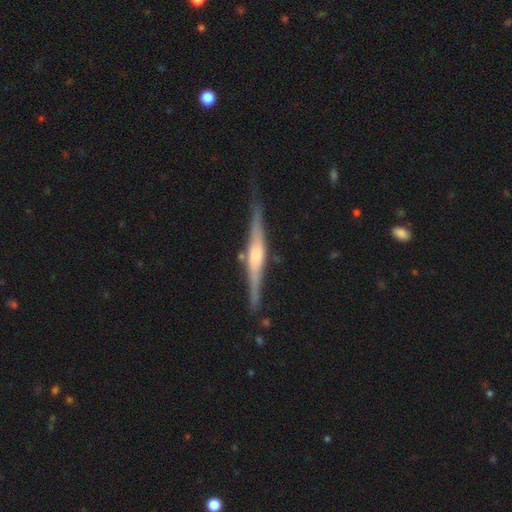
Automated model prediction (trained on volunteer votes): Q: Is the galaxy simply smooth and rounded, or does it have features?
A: featured or disk — 77%.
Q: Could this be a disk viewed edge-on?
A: yes — 97%.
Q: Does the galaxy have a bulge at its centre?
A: rounded — 56%.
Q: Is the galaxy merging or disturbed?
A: none — 81%.